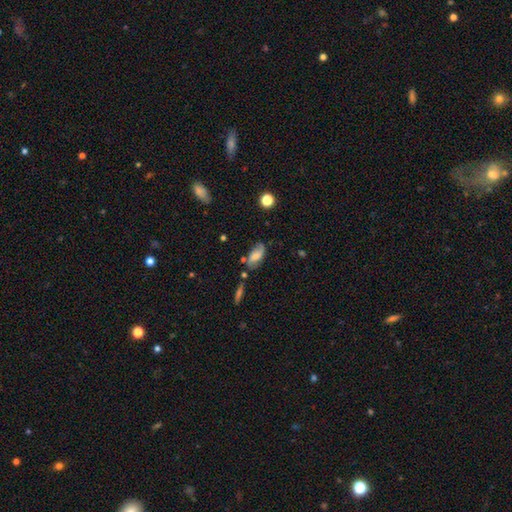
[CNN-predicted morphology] type=smooth (52%); roundness=in between (88%); merging=none (60%).